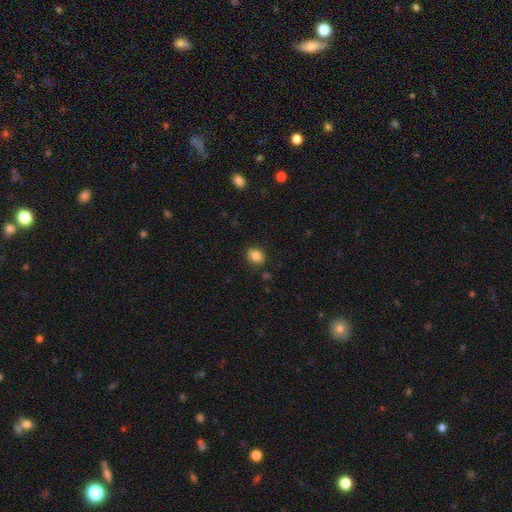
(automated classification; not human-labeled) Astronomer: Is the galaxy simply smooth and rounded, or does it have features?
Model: smooth — 85%.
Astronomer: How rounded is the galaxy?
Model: round — 52% (runner-up: in between, 47%).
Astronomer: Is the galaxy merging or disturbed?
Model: none — 85%.